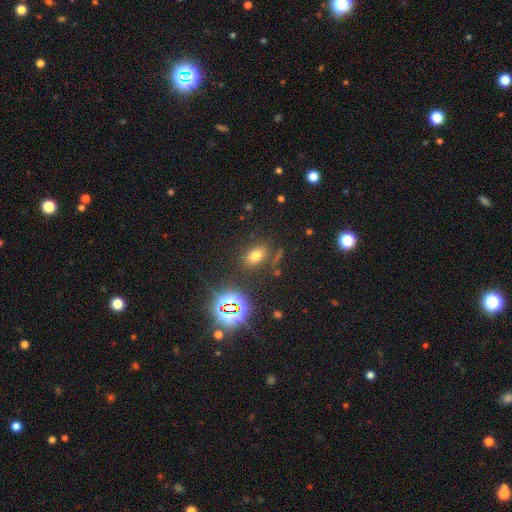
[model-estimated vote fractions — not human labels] Smooth or featured: smooth — 64% (star or artifact — 26%)
How rounded: in between — 77% (round — 20%)
Merging: none — 79% (minor disturbance — 11%)